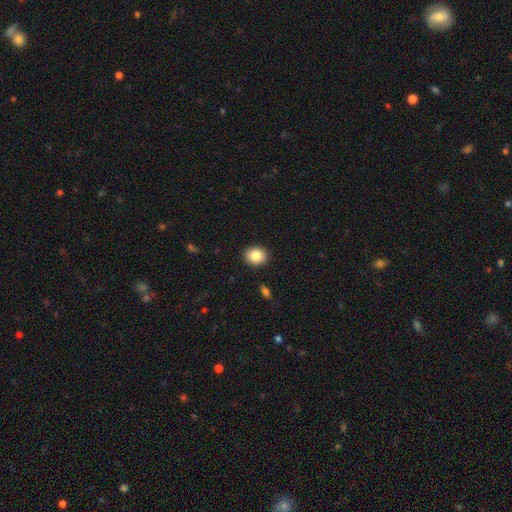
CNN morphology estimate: Smooth or featured: smooth — 84% (star or artifact — 8%)
How rounded: round — 60% (in between — 39%)
Merging: none — 91% (minor disturbance — 6%)